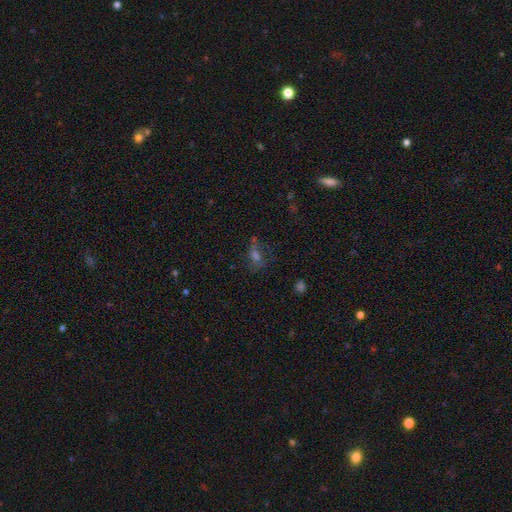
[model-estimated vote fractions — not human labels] A smooth galaxy with no disk features (39%). Merging: none (56%).